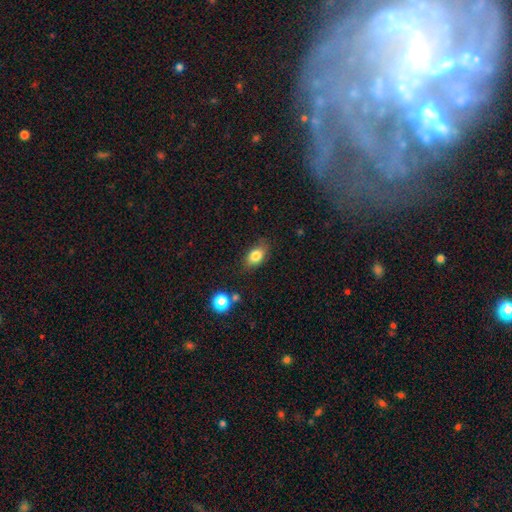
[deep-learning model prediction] smooth-or-featured: smooth: 82% | featured or disk: 9% | star or artifact: 9%
  how-rounded: in between: 84% | round: 14% | cigar-shaped: 2%
  merging: none: 78% | minor disturbance: 16% | major disturbance: 4% | merger: 2%